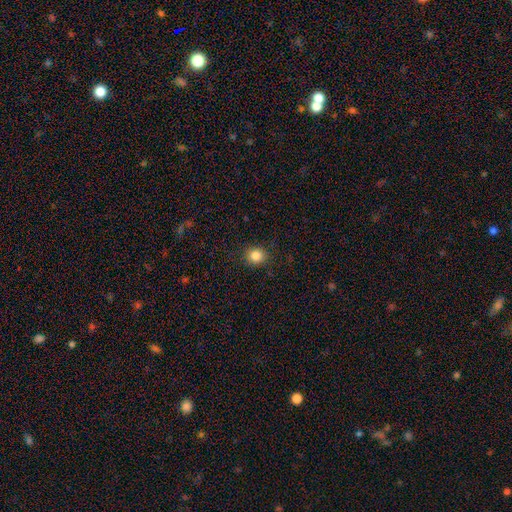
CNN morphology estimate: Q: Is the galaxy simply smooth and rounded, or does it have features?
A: smooth — 85%.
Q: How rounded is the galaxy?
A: round — 83%.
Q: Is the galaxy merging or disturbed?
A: none — 90%.